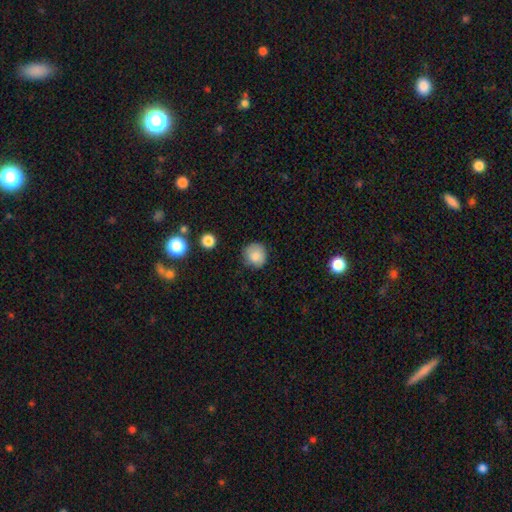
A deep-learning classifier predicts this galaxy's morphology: The model was most divided on "merging": none: 78%, minor disturbance: 17%, major disturbance: 3%, merger: 2%. More confident: how rounded — round (88%); smooth or featured — smooth (83%).